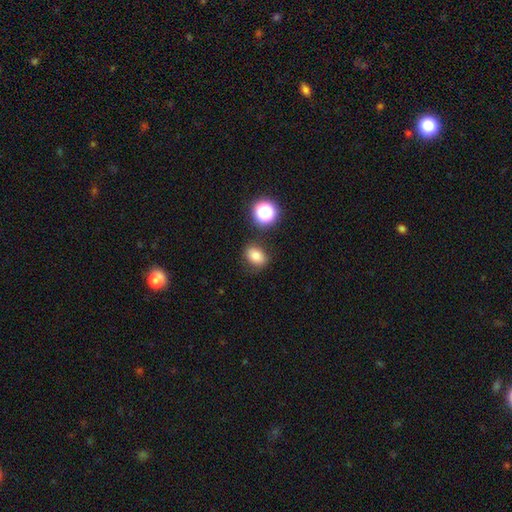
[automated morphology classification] Smooth or featured?
  - smooth: 79% *
  - star or artifact: 13%
  - featured or disk: 8%
How rounded?
  - in between: 64% *
  - round: 35%
  - cigar-shaped: 1%
Merging?
  - none: 77% *
  - minor disturbance: 14%
  - merger: 5%
  - major disturbance: 4%